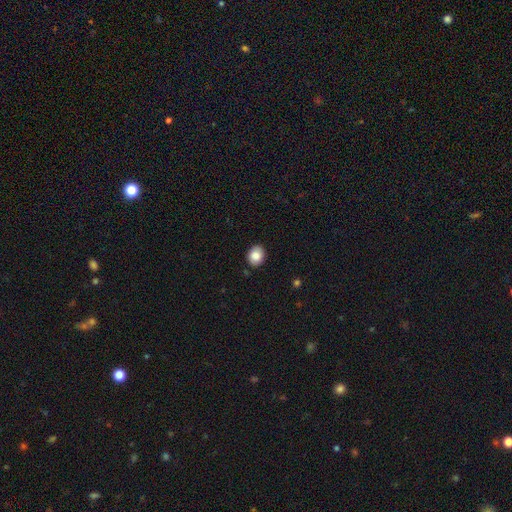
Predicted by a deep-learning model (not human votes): Smooth or featured: smooth — 87% (star or artifact — 8%)
How rounded: round — 54% (in between — 45%)
Merging: none — 86% (minor disturbance — 10%)